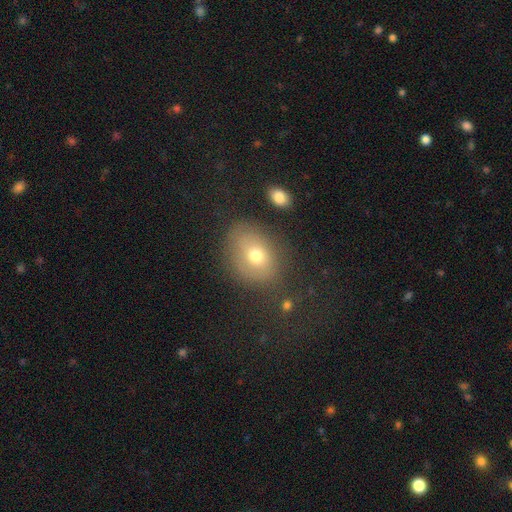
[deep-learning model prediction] Smooth or featured: smooth — 66% (featured or disk — 21%)
How rounded: in between — 62% (round — 37%)
Merging: none — 68% (minor disturbance — 19%)